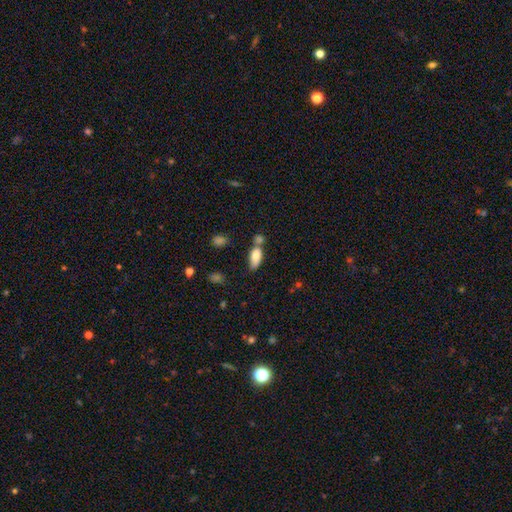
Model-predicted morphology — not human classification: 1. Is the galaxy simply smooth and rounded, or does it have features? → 78% smooth, 14% featured or disk, 8% star or artifact.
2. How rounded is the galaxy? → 86% in between, 10% cigar-shaped, 3% round.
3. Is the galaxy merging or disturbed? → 50% none, 28% merger, 17% minor disturbance, 5% major disturbance.